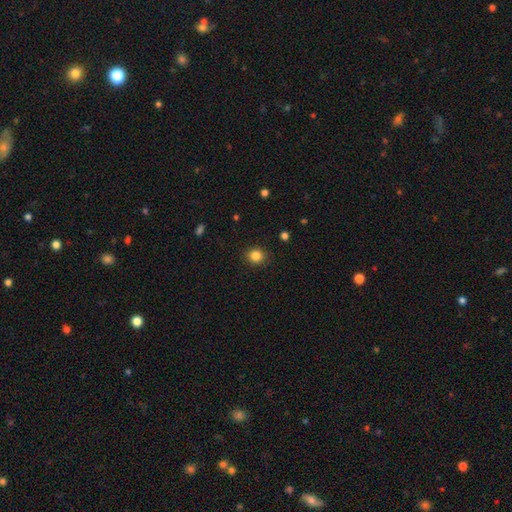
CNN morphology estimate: A smooth galaxy with no disk features (85%) that is round (84%). Merging: none (89%).